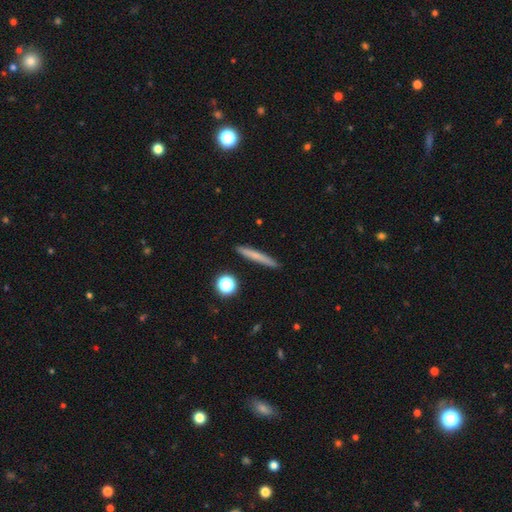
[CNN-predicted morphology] Q: Smooth or featured?
A: smooth (66%); runner-up: featured or disk (26%)
Q: How rounded?
A: cigar-shaped (95%); runner-up: in between (3%)
Q: Merging?
A: none (91%); runner-up: minor disturbance (6%)